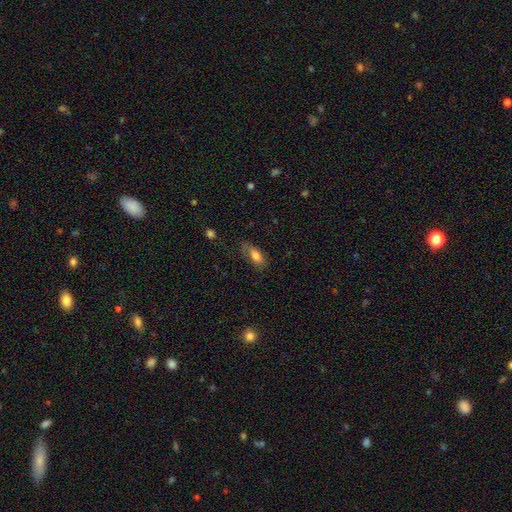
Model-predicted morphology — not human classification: smooth-or-featured: smooth: 73% | featured or disk: 19% | star or artifact: 8%
  how-rounded: in between: 84% | cigar-shaped: 12% | round: 4%
  merging: none: 67% | minor disturbance: 23% | major disturbance: 9% | merger: 2%